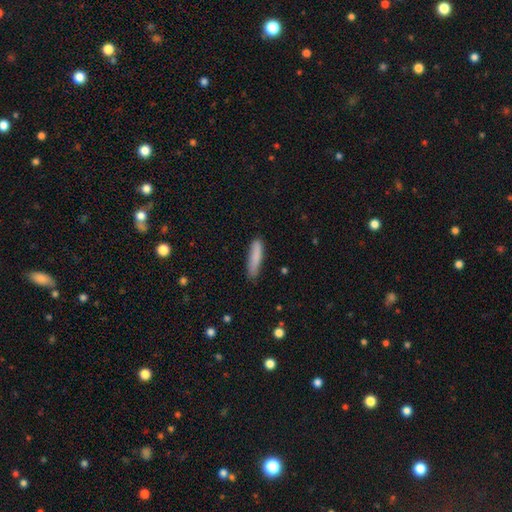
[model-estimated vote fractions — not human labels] Smooth or featured? Predicted: smooth (p=0.84). How rounded? Predicted: cigar-shaped (p=0.83). Merging? Predicted: none (p=0.80).